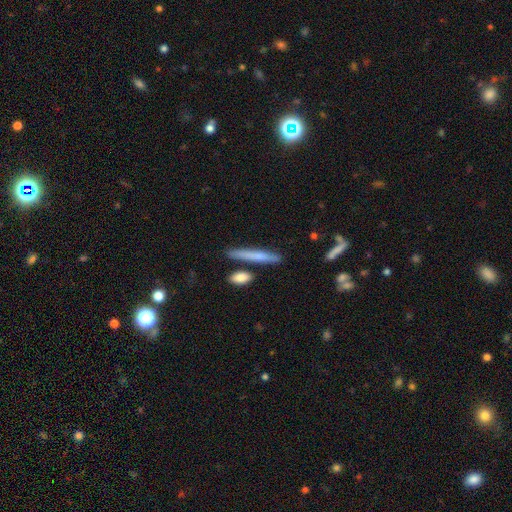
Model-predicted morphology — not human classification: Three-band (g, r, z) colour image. It shows a smooth galaxy with no disk features (64%) that is cigar-shaped (93%). Merging: none (82%).